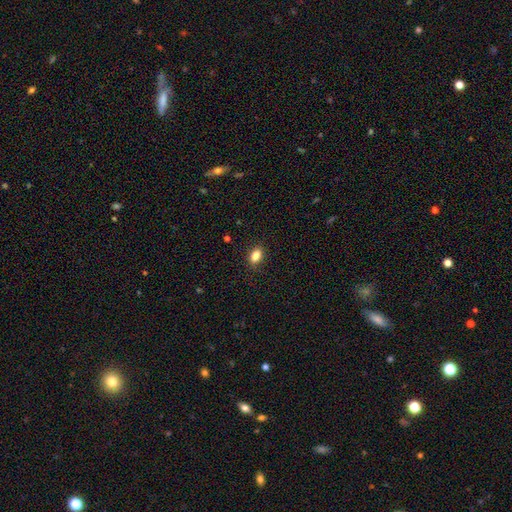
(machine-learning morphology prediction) Smooth or featured?
  - smooth: 84% *
  - star or artifact: 9%
  - featured or disk: 7%
How rounded?
  - in between: 83% *
  - round: 13%
  - cigar-shaped: 3%
Merging?
  - none: 86% *
  - minor disturbance: 11%
  - major disturbance: 2%
  - merger: 1%